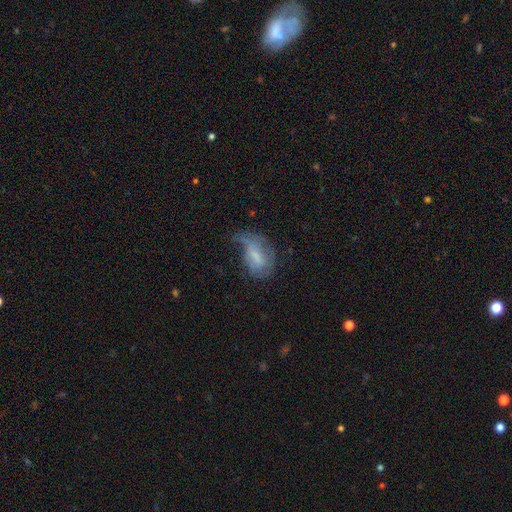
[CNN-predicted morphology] This is possibly a smooth galaxy (49%). Merging: marginally major disturbance (40%).